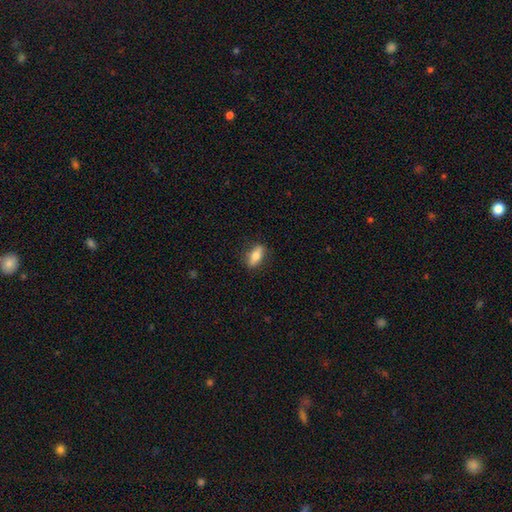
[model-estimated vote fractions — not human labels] Smooth or featured? smooth (73%)
How rounded? in between (71%)
Merging? none (84%)